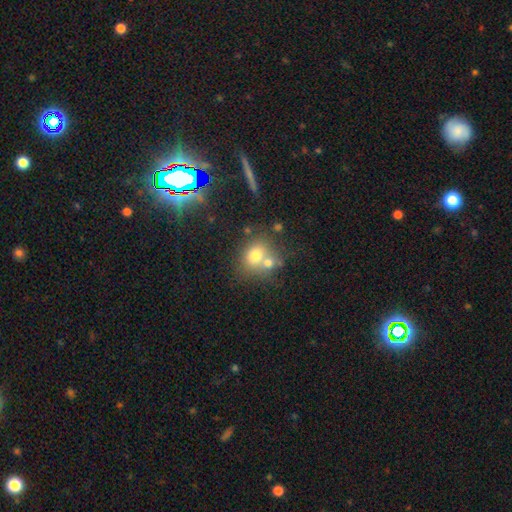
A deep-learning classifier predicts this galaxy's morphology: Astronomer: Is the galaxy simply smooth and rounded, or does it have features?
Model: smooth — 71%.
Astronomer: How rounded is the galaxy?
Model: round — 67%.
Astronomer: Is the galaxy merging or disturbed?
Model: none — 43%, tied with merger at 43%.